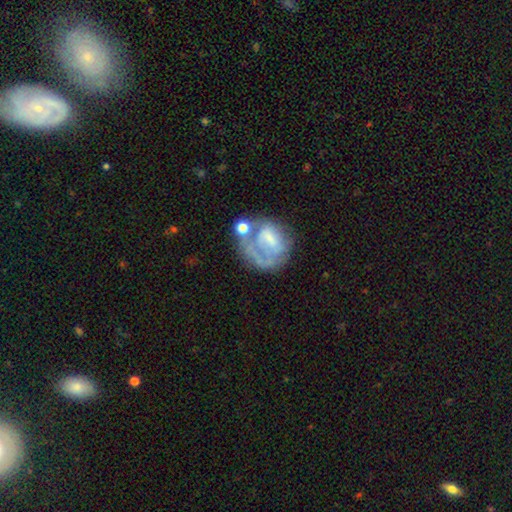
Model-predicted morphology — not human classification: smooth_or_featured: featured or disk (p=0.55) [alt: smooth p=0.34]
disk_edge_on: no (p=0.96) [alt: yes p=0.04]
bar: no (p=0.61) [alt: weak p=0.29]
has_spiral_arms: no (p=0.62) [alt: yes p=0.38]
bulge_size: none (p=0.34) [alt: small p=0.31]
merging: none (p=0.38) [alt: major disturbance p=0.27]